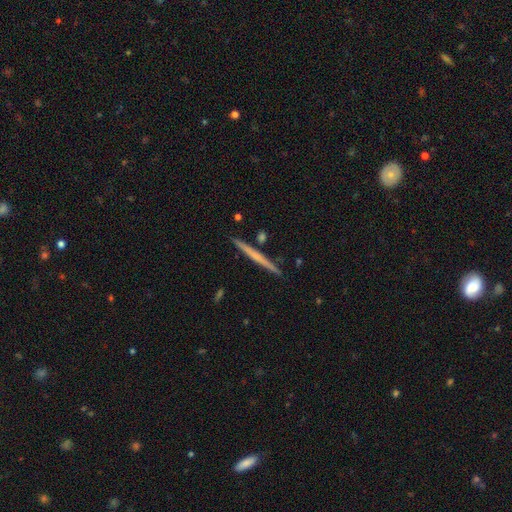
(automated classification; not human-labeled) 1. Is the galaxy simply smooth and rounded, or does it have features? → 57% featured or disk, 38% smooth, 5% star or artifact.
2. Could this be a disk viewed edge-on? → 98% yes, 2% no.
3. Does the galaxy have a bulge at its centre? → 75% none, 20% rounded, 5% boxy.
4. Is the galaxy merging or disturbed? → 90% none, 6% minor disturbance, 2% merger, 1% major disturbance.